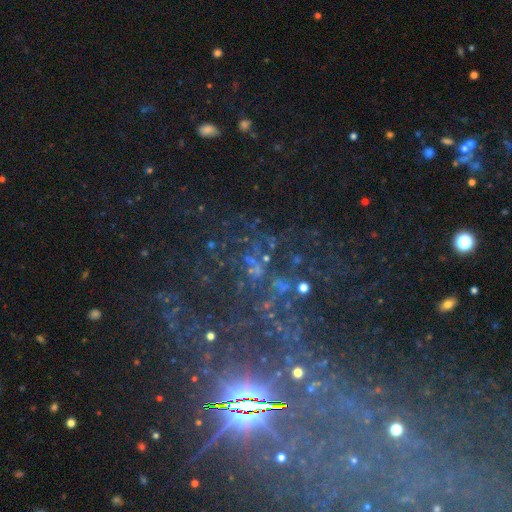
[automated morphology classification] type=star or artifact (73%).